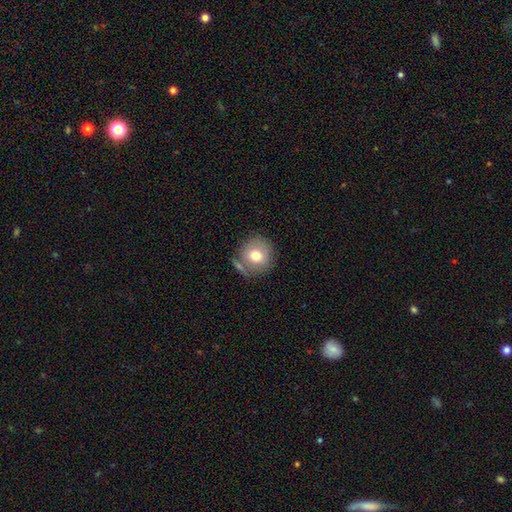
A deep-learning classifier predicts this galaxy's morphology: Smooth or featured: smooth — 74% (featured or disk — 18%)
How rounded: round — 89% (in between — 10%)
Merging: none — 68% (minor disturbance — 15%)